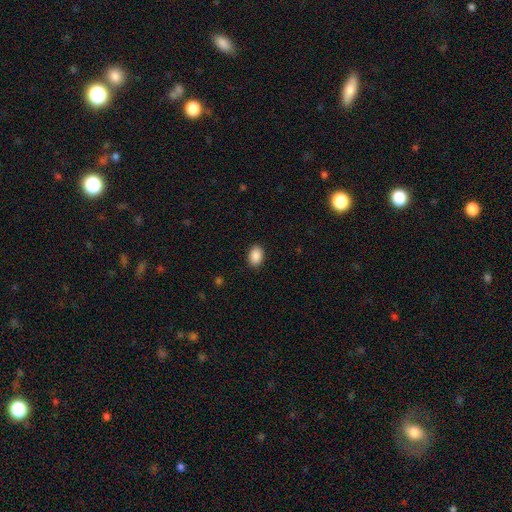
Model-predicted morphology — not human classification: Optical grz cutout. It shows a smooth galaxy with no disk features (90%) that is in between round and cigar-shaped (81%). Merging: none (89%).